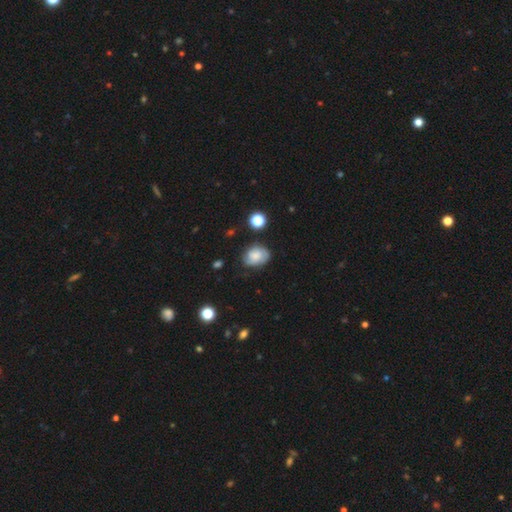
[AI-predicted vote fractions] smooth_or_featured: smooth (p=0.57) [alt: featured or disk p=0.32]
how_rounded: in between (p=0.60) [alt: round p=0.39]
merging: none (p=0.64) [alt: minor disturbance p=0.26]